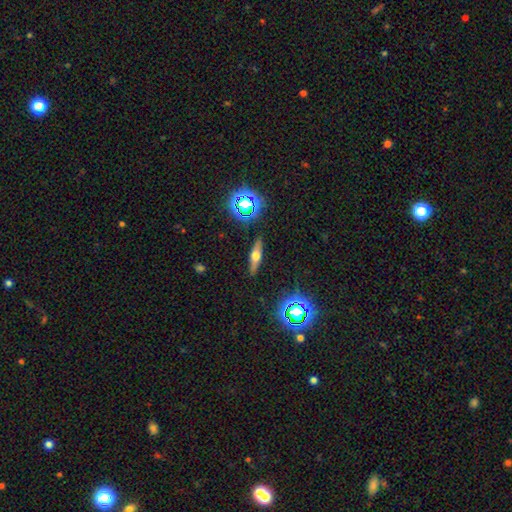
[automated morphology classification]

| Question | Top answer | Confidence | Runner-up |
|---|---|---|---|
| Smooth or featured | featured or disk | 47% | smooth (39%) |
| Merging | none | 86% | minor disturbance (10%) |